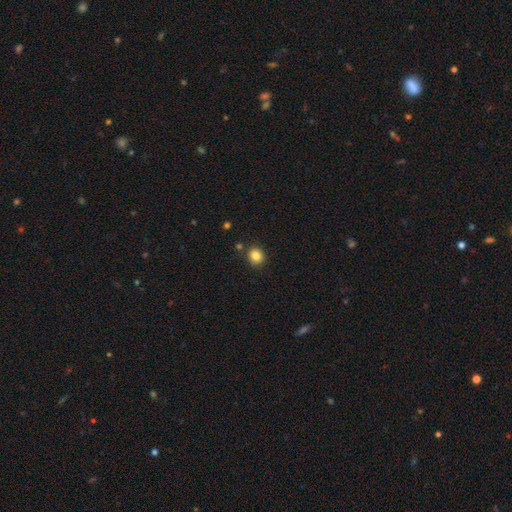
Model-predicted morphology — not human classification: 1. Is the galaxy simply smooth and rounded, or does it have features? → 84% smooth, 11% star or artifact, 5% featured or disk.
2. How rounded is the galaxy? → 82% round, 17% in between, 1% cigar-shaped.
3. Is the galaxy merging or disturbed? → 84% none, 9% minor disturbance, 4% merger, 2% major disturbance.